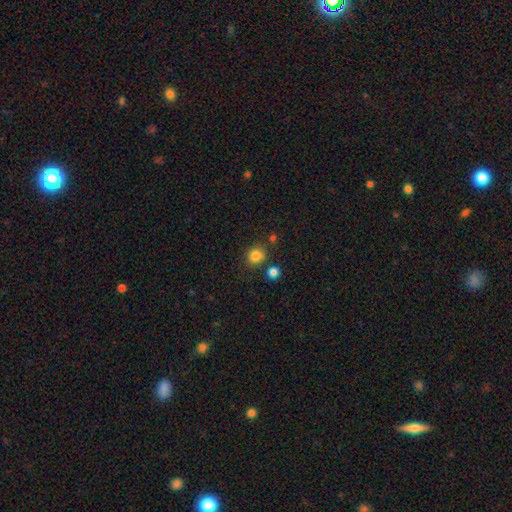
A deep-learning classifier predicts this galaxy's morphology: Overall: smooth (83%). How rounded: round (83%). Merging: none (81%).